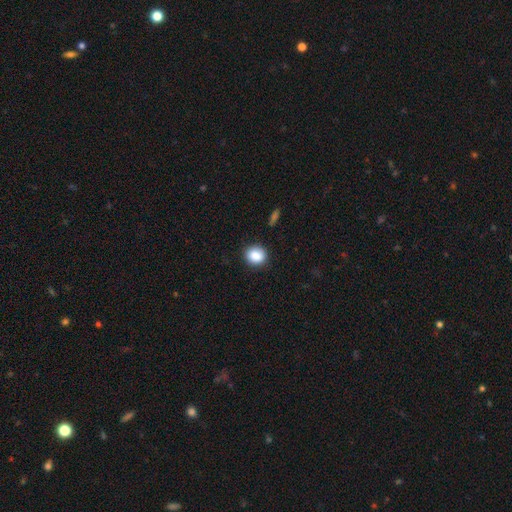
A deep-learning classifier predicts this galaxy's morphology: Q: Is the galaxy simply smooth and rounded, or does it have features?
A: smooth — 87%.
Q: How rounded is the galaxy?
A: round — 71%.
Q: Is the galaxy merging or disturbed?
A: none — 87%.